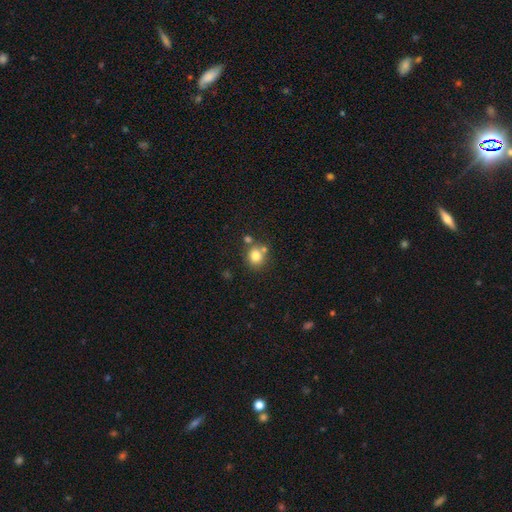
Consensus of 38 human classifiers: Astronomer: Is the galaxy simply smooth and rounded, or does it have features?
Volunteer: smooth — 84%.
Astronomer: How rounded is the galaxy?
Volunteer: round — 75%.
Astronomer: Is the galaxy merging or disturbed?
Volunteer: none — 61%.